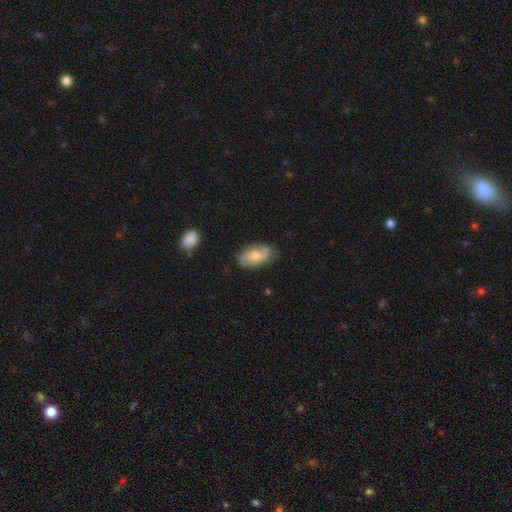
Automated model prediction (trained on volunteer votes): Overall: featured or disk (52%; smooth 41%). Edge-on disk: no (94%). Merging: none (76%).